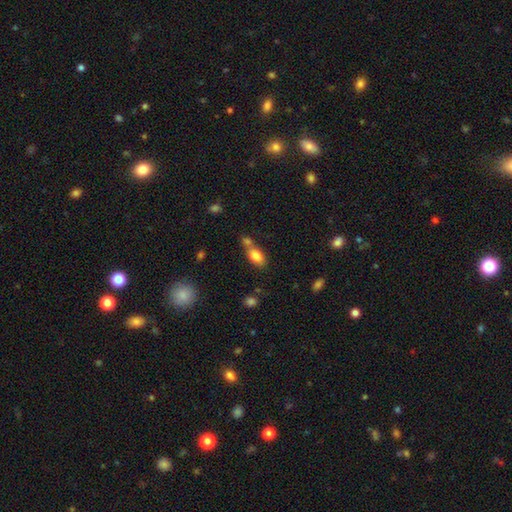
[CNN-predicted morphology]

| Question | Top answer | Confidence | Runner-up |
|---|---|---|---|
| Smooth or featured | smooth | 81% | featured or disk (10%) |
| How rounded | in between | 88% | round (7%) |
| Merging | none | 45% | merger (39%) |